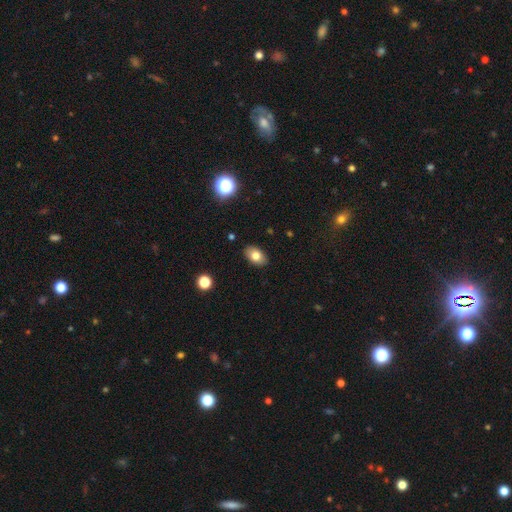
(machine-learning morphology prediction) smooth_or_featured: smooth (p=0.79) [alt: featured or disk p=0.12]
how_rounded: in between (p=0.89) [alt: round p=0.10]
merging: none (p=0.88) [alt: minor disturbance p=0.09]